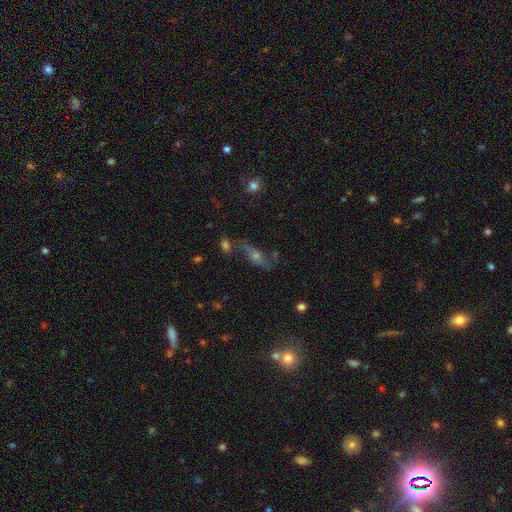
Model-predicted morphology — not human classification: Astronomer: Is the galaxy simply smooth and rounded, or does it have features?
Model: featured or disk — 53%.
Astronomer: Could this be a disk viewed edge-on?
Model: no — 79%.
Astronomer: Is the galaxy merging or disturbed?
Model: none — 49%.